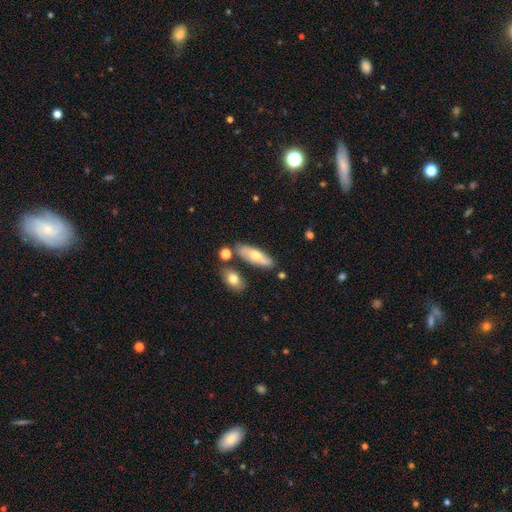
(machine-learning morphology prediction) Q: Smooth or featured?
A: smooth (54%); runner-up: featured or disk (39%)
Q: How rounded?
A: in between (57%); runner-up: cigar-shaped (41%)
Q: Merging?
A: none (69%); runner-up: minor disturbance (16%)